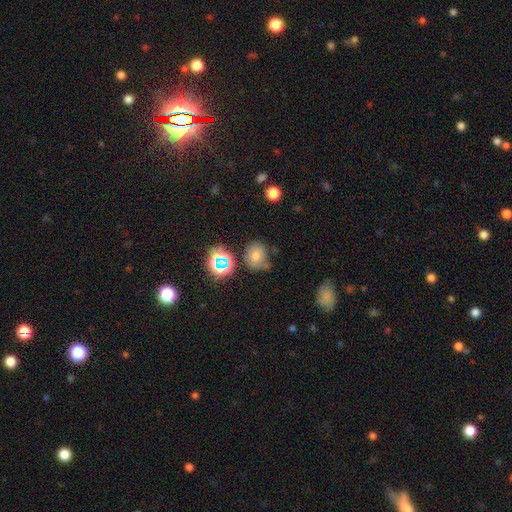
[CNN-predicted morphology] Q: Smooth or featured?
A: smooth (60%); runner-up: star or artifact (26%)
Q: How rounded?
A: round (65%); runner-up: in between (34%)
Q: Merging?
A: none (64%); runner-up: minor disturbance (22%)